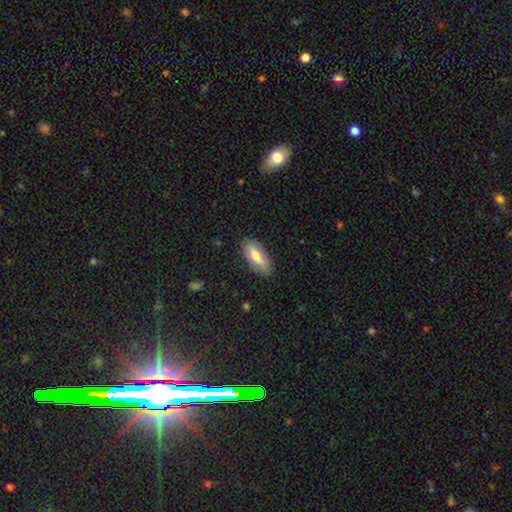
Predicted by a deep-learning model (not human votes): Overall: smooth (73%). How rounded: in between (80%). Merging: none (84%).